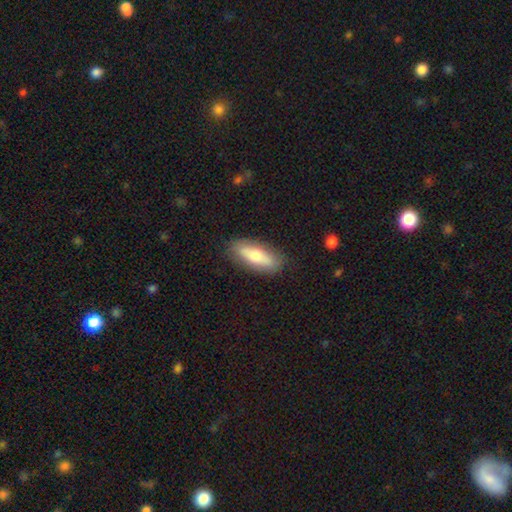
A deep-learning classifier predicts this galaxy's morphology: Overall: smooth (66%; featured or disk 28%). How rounded: in between (60%; cigar-shaped 37%). Merging: none (85%).